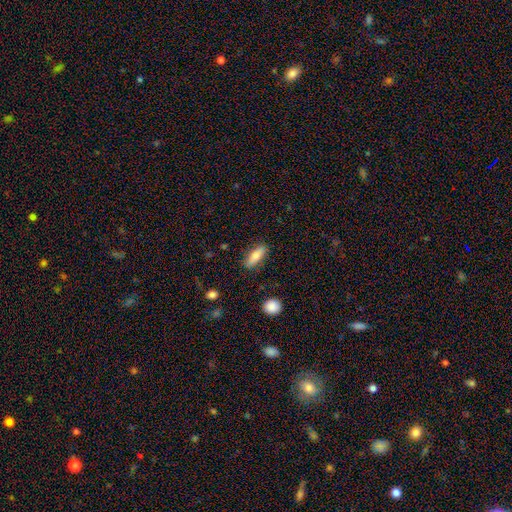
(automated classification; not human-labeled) Overall: smooth (74%). How rounded: in between (62%; cigar-shaped 35%). Merging: none (85%).